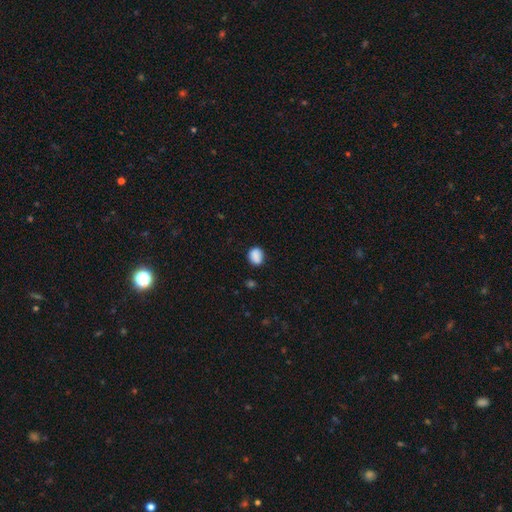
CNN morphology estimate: This is clearly a smooth galaxy (87%). How rounded: possibly round (56%). Merging: likely none (79%).